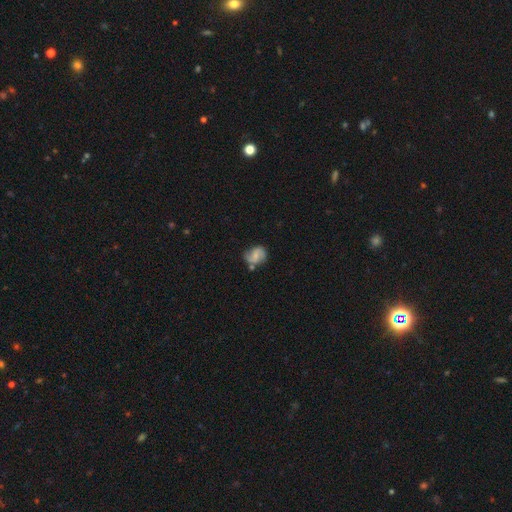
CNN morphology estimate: featured or disk 59%, smooth 33%, star or artifact 8%. Down the decision tree: edge-on disk — no (97%); bar — no (45%); spiral arms — yes (89%); spiral arm count — 2 (82%); spiral winding — medium (47%); bulge size — small (47%); merging — none (60%).